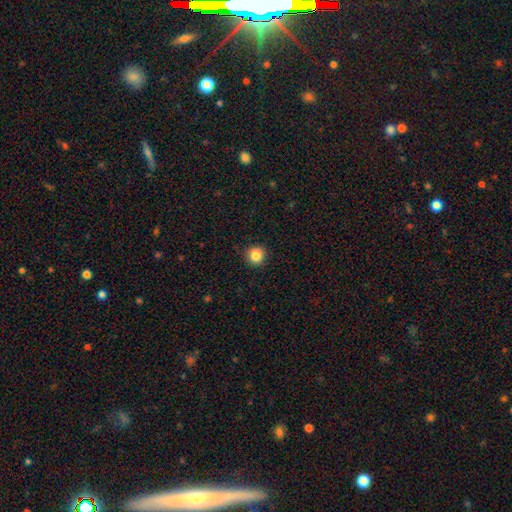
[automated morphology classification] Overall: smooth (85%). How rounded: round (93%). Merging: none (90%).